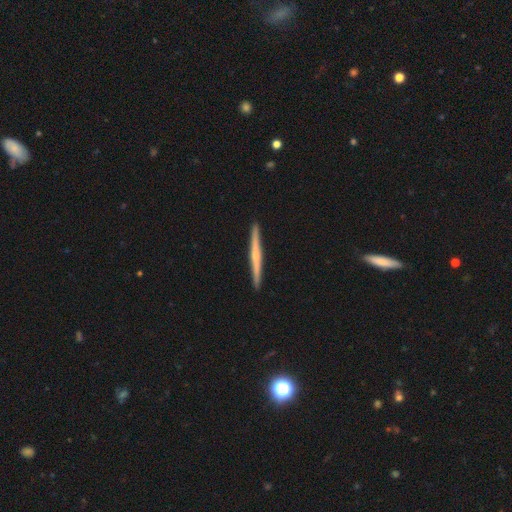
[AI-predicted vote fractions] smooth_or_featured: featured or disk (p=0.67) [alt: smooth p=0.27]
disk_edge_on: yes (p=0.98) [alt: no p=0.02]
edge_on_bulge: rounded (p=0.60) [alt: none p=0.34]
merging: none (p=0.93) [alt: minor disturbance p=0.05]